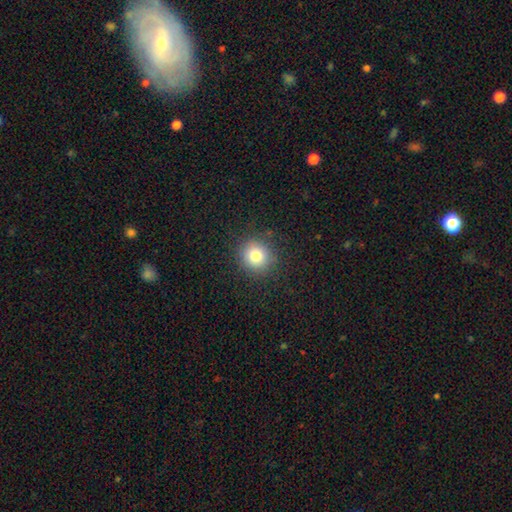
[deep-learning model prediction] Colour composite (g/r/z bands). It shows a smooth galaxy with no disk features (80%) that is round (90%). Merging: none (88%).